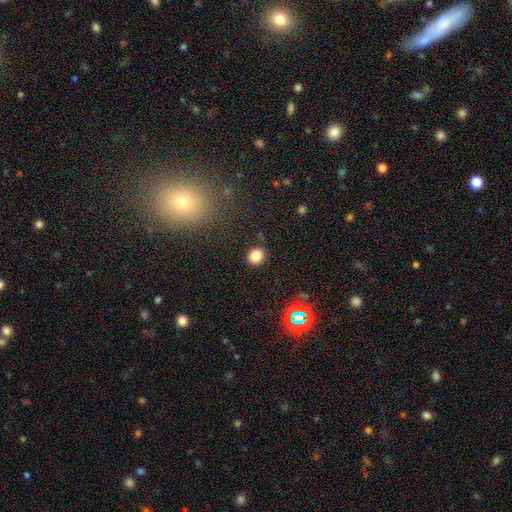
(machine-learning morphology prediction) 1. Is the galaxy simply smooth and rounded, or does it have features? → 83% smooth, 12% star or artifact, 5% featured or disk.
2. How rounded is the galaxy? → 84% round, 15% in between, 1% cigar-shaped.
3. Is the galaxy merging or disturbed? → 89% none, 7% minor disturbance, 2% major disturbance, 2% merger.